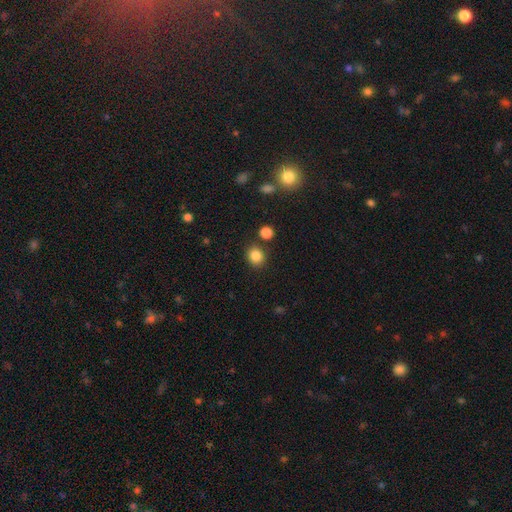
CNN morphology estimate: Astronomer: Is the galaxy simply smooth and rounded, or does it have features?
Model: smooth — 84%.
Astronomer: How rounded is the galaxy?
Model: round — 78%.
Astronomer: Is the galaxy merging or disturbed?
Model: none — 81%.